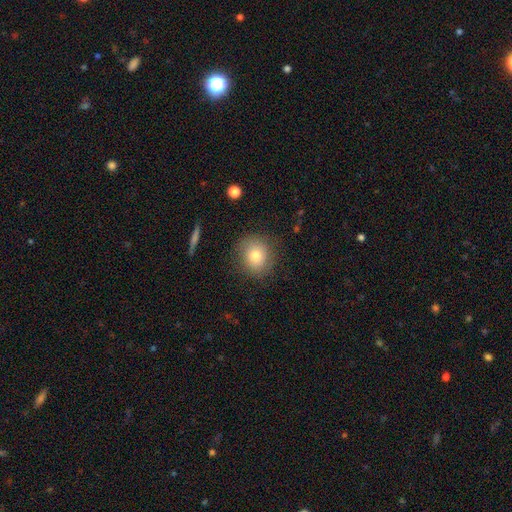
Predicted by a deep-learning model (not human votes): Overall: smooth (76%). How rounded: round (84%). Merging: none (83%).